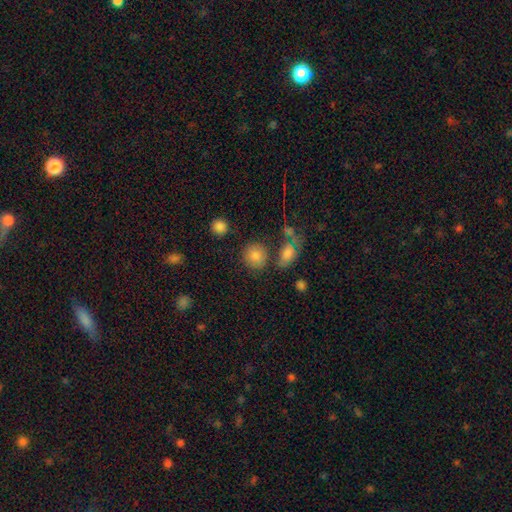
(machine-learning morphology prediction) A smooth galaxy with no disk features (81%) that is round (83%).

Vote fractions:
- Smooth or featured? smooth: 81% / star or artifact: 11% / featured or disk: 7%
- How rounded? round: 83% / in between: 16% / cigar-shaped: 1%
- Merging? none: 74% / minor disturbance: 11% / merger: 10% / major disturbance: 4%